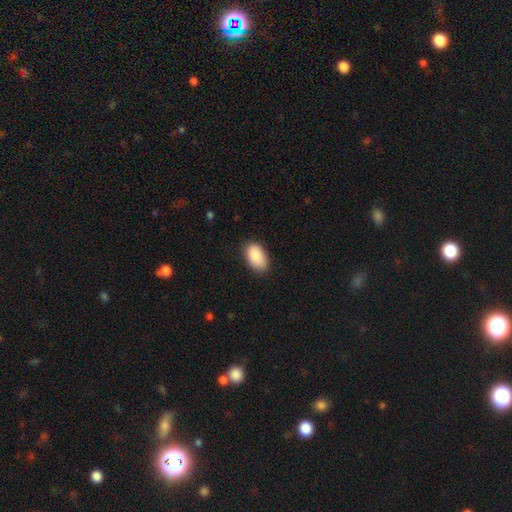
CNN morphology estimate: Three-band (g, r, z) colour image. It shows a smooth galaxy with no disk features (90%) that is in between round and cigar-shaped (94%). Merging: none (82%).